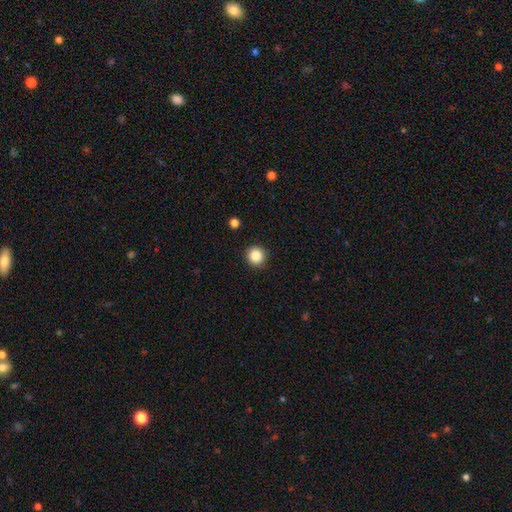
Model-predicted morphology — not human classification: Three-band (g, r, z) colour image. It shows a smooth galaxy with no disk features (87%) that is round (93%). Merging: none (91%).